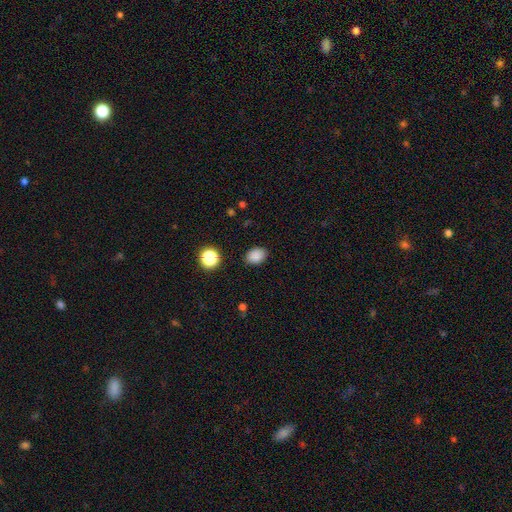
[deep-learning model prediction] This is clearly a smooth galaxy (86%). How rounded: likely in between (72%). Merging: clearly none (87%).